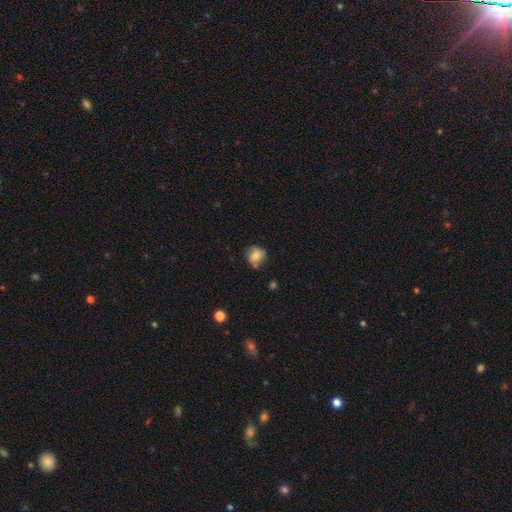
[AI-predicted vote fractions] smooth_or_featured: smooth (p=0.71) [alt: featured or disk p=0.20]
how_rounded: round (p=0.78) [alt: in between p=0.21]
merging: none (p=0.64) [alt: minor disturbance p=0.23]